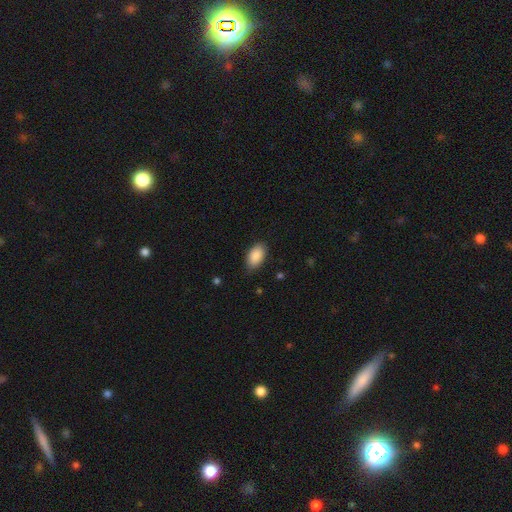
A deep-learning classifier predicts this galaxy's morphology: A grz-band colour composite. It shows a smooth galaxy with no disk features (89%) that is in between round and cigar-shaped (94%). Merging: none (84%).